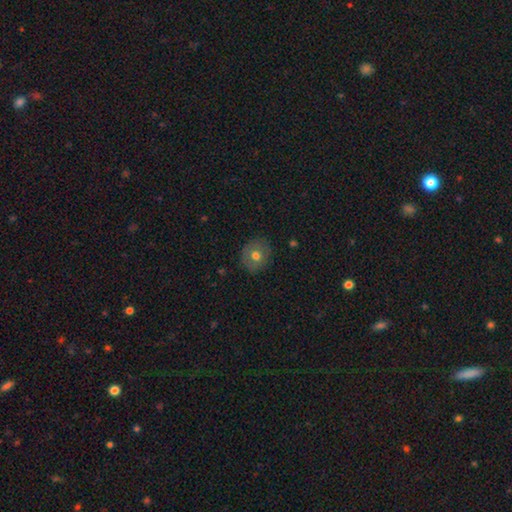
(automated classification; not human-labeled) A smooth galaxy with no disk features (67%) that is round (78%). Merging: none (86%).